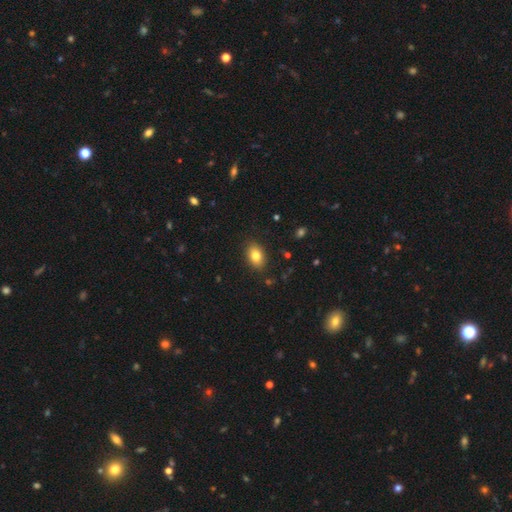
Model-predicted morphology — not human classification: type=smooth (81%); roundness=in between (82%); merging=none (87%).